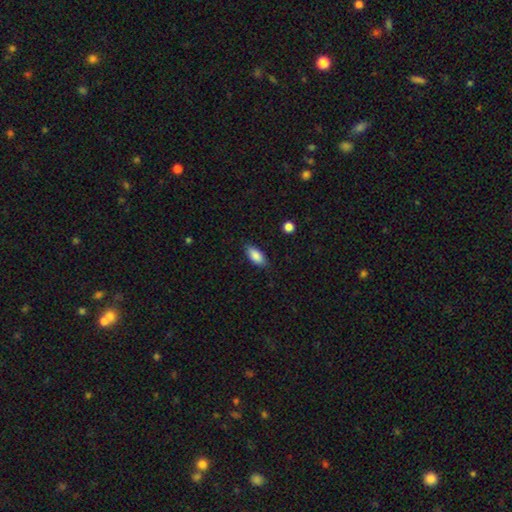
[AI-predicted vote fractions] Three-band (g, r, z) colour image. It shows a smooth galaxy with no disk features (87%) that is in between round and cigar-shaped (88%). Merging: none (83%).